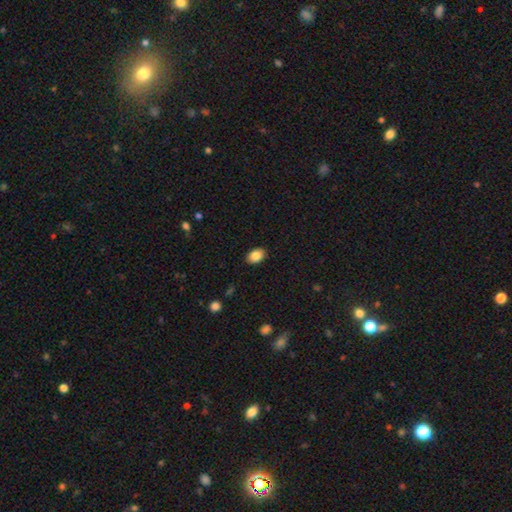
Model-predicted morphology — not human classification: smooth-or-featured: smooth: 85% | star or artifact: 8% | featured or disk: 7%
  how-rounded: in between: 83% | round: 16% | cigar-shaped: 1%
  merging: none: 89% | minor disturbance: 8% | major disturbance: 2% | merger: 1%